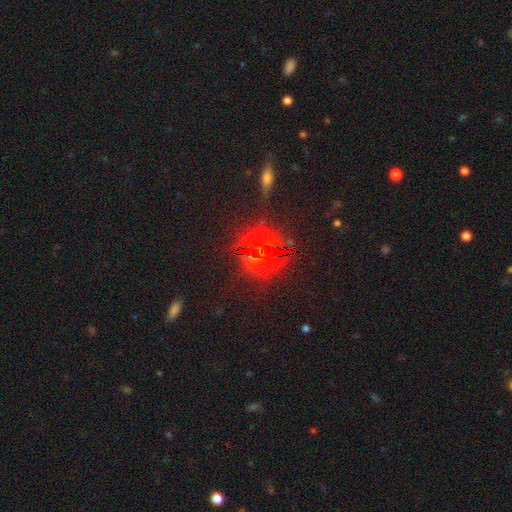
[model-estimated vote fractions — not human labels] smooth_or_featured: star or artifact (p=0.77) [alt: smooth p=0.13]